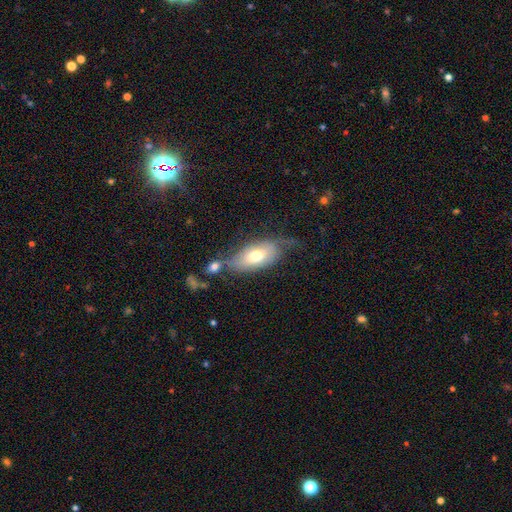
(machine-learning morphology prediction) Smooth or featured?
  - smooth: 63% *
  - featured or disk: 30%
  - star or artifact: 7%
How rounded?
  - in between: 88% *
  - cigar-shaped: 8%
  - round: 4%
Merging?
  - none: 41% *
  - minor disturbance: 27%
  - major disturbance: 17%
  - merger: 14%